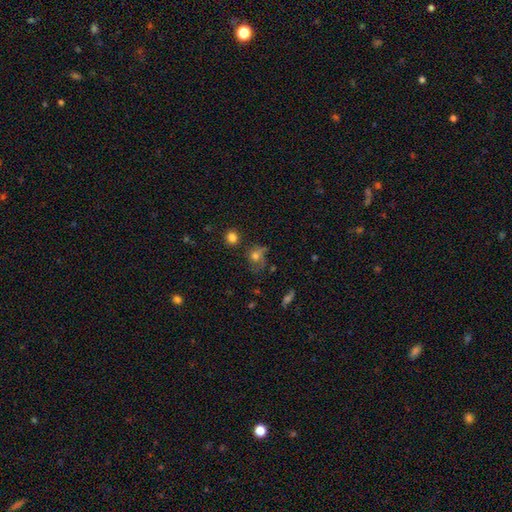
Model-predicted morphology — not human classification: smooth-or-featured: smooth: 58% | featured or disk: 27% | star or artifact: 16%
  how-rounded: round: 66% | in between: 33% | cigar-shaped: 1%
  merging: none: 46% | major disturbance: 24% | minor disturbance: 24% | merger: 7%